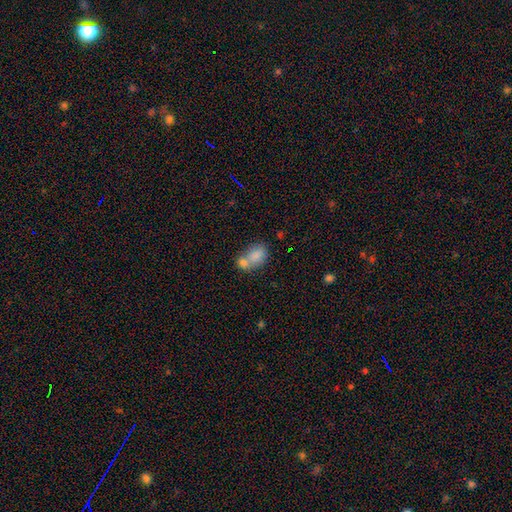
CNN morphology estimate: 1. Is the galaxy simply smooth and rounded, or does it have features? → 79% smooth, 12% featured or disk, 9% star or artifact.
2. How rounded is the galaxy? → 78% in between, 20% round, 2% cigar-shaped.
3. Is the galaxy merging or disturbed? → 54% merger, 30% none, 11% minor disturbance, 5% major disturbance.